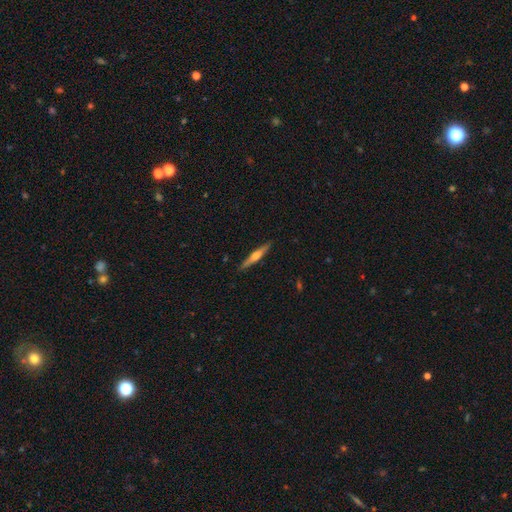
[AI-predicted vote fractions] Q: Smooth or featured?
A: featured or disk (56%); runner-up: smooth (38%)
Q: Edge-on disk?
A: yes (97%); runner-up: no (3%)
Q: Edge-on bulge?
A: rounded (80%); runner-up: boxy (10%)
Q: Merging?
A: none (90%); runner-up: minor disturbance (7%)